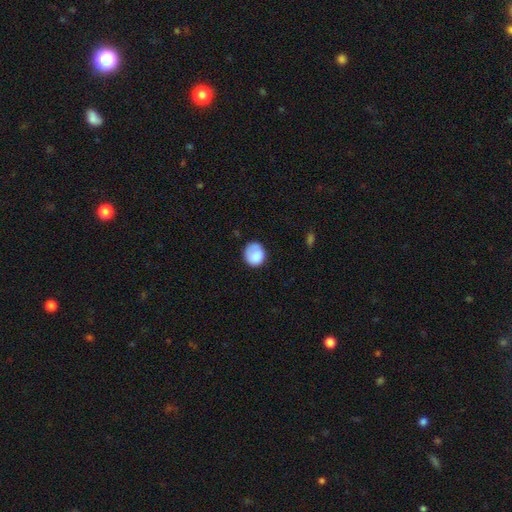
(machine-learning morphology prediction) Smooth or featured? smooth (80%)
How rounded? round (74%)
Merging? none (59%)